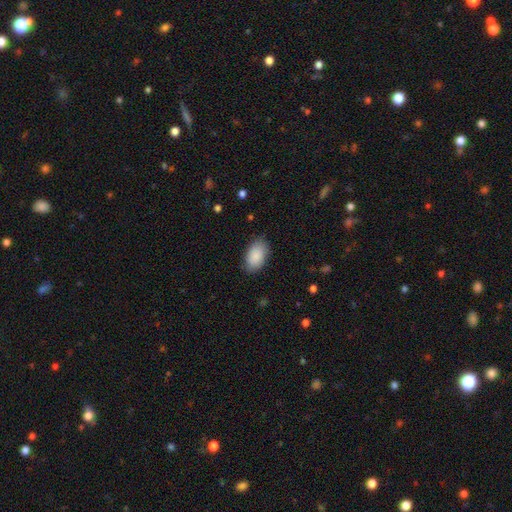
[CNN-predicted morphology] Smooth or featured: smooth — 89% (star or artifact — 6%)
How rounded: in between — 93% (round — 5%)
Merging: none — 83% (minor disturbance — 13%)